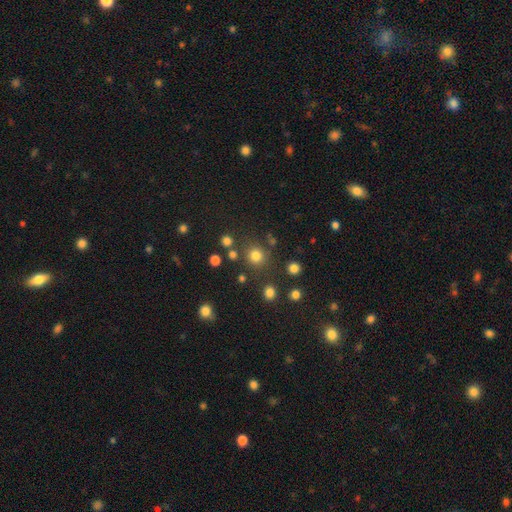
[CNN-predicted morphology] type=smooth (79%); roundness=round (90%); merging=none (80%).